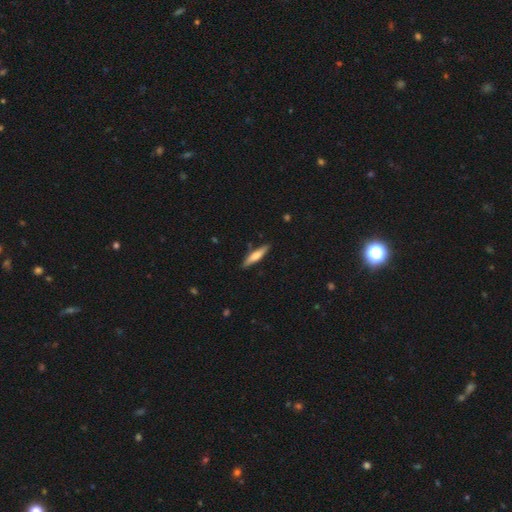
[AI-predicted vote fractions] A smooth galaxy with no disk features (59%) that is cigar-shaped (83%). Merging: none (86%).